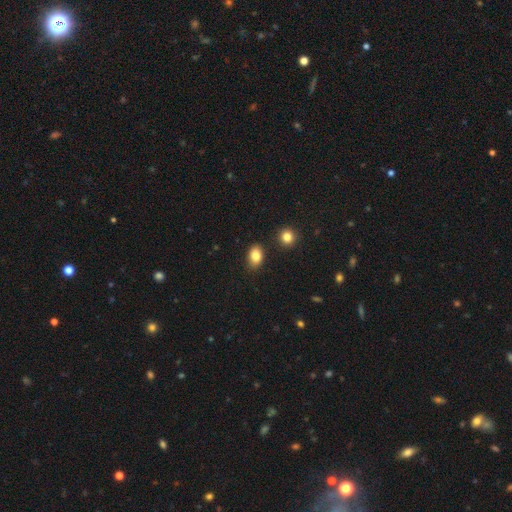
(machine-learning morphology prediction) smooth_or_featured: smooth (p=0.84) [alt: star or artifact p=0.09]
how_rounded: in between (p=0.81) [alt: round p=0.18]
merging: none (p=0.85) [alt: minor disturbance p=0.10]